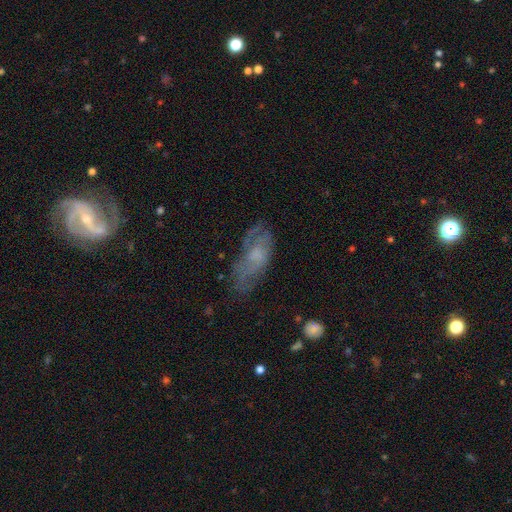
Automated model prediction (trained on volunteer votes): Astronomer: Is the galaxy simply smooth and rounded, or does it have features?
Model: featured or disk — 49% (runner-up: smooth, 42%).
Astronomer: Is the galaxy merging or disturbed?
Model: none — 55%.